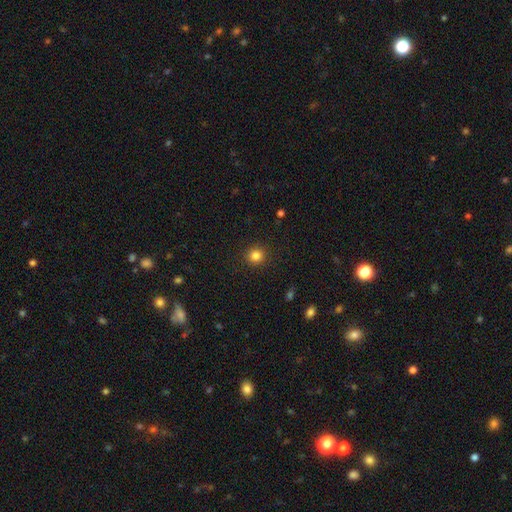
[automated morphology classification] Smooth or featured? smooth (84%)
How rounded? round (91%)
Merging? none (91%)